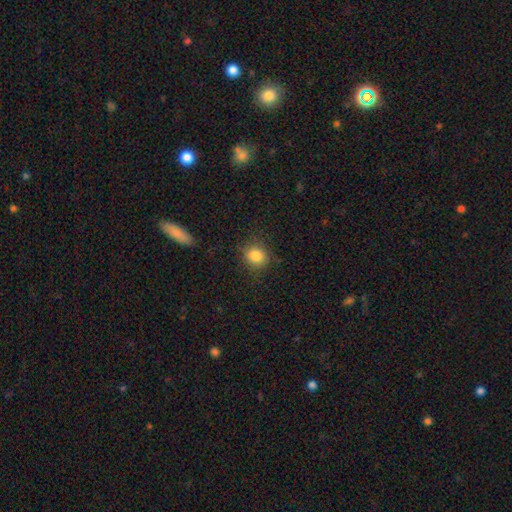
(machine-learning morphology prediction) This is clearly a smooth galaxy (83%). How rounded: clearly round (82%). Merging: clearly none (85%).